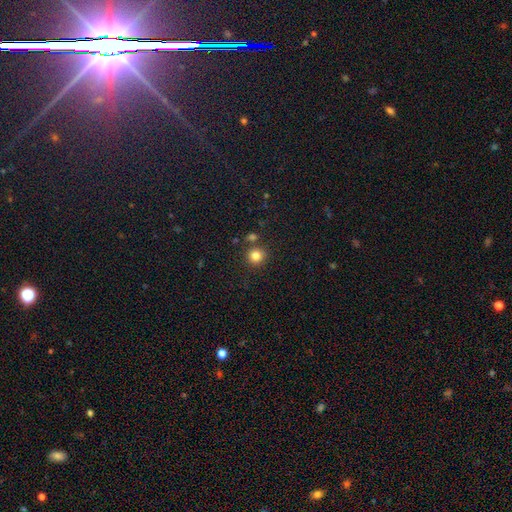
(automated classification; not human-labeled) Q: Smooth or featured?
A: smooth (83%); runner-up: star or artifact (12%)
Q: How rounded?
A: round (92%); runner-up: in between (7%)
Q: Merging?
A: none (81%); runner-up: merger (8%)